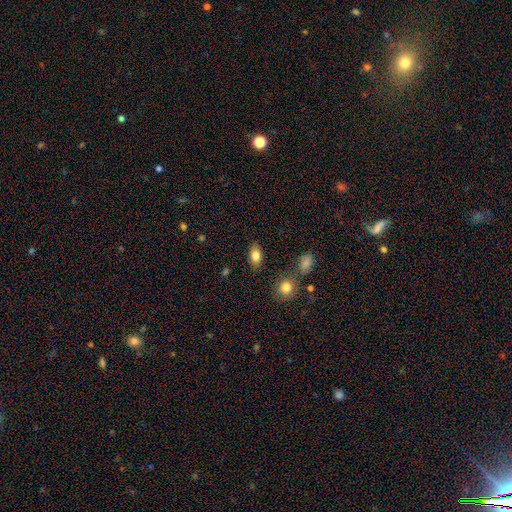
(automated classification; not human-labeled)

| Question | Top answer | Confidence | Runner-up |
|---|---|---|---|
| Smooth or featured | smooth | 81% | featured or disk (11%) |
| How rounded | in between | 85% | round (12%) |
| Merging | none | 83% | minor disturbance (11%) |